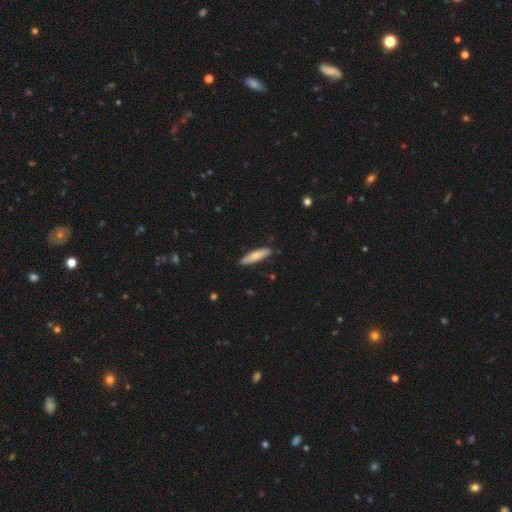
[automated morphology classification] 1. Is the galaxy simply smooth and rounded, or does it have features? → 76% smooth, 19% featured or disk, 5% star or artifact.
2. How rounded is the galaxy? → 79% cigar-shaped, 19% in between, 1% round.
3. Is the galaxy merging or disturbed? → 86% none, 11% minor disturbance, 2% major disturbance, 1% merger.